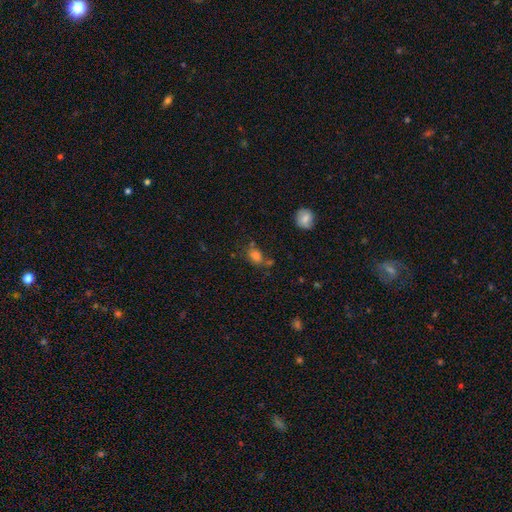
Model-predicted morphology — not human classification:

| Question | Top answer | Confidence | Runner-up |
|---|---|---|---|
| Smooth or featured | smooth | 77% | star or artifact (14%) |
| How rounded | in between | 67% | round (31%) |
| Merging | none | 61% | minor disturbance (18%) |